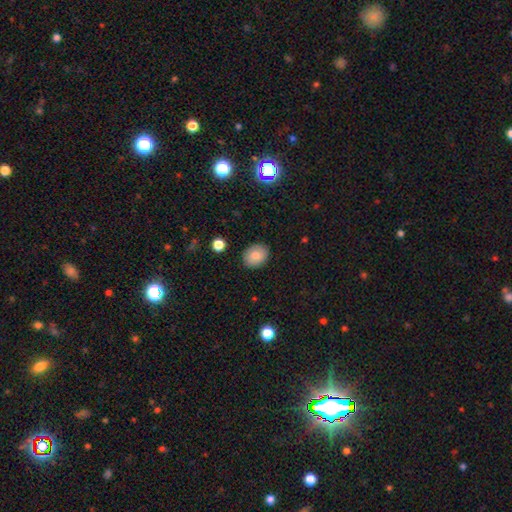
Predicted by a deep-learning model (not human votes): Morphology: type=smooth (81%); roundness=in between (56%); merging=none (88%).